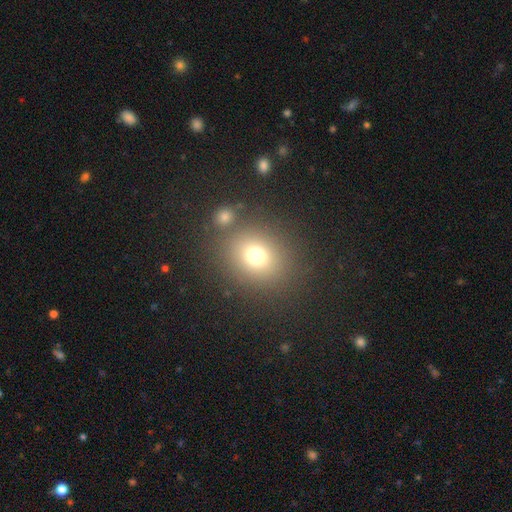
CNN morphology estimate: Smooth or featured?
  - smooth: 72% *
  - star or artifact: 18%
  - featured or disk: 10%
How rounded?
  - round: 72% *
  - in between: 27%
  - cigar-shaped: 1%
Merging?
  - none: 77% *
  - merger: 9%
  - minor disturbance: 9%
  - major disturbance: 5%